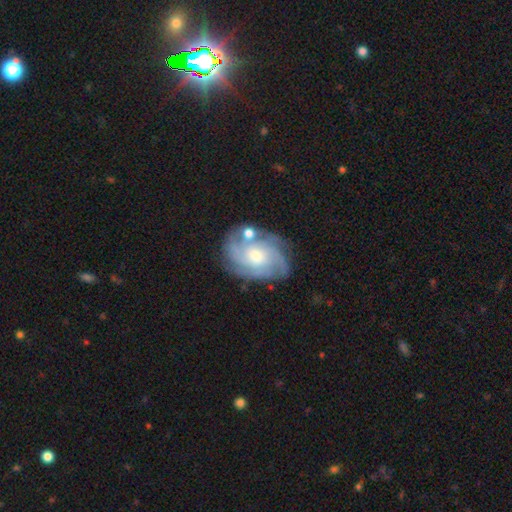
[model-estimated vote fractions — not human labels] smooth_or_featured: featured or disk (p=0.84) [alt: smooth p=0.10]
disk_edge_on: no (p=0.97) [alt: yes p=0.03]
bar: no (p=0.69) [alt: weak p=0.26]
has_spiral_arms: yes (p=0.96) [alt: no p=0.04]
spiral_winding: tight (p=0.59) [alt: medium p=0.34]
spiral_arm_count: 3 (p=0.31) [alt: 4 p=0.28]
bulge_size: moderate (p=0.55) [alt: small p=0.37]
merging: none (p=0.70) [alt: minor disturbance p=0.17]